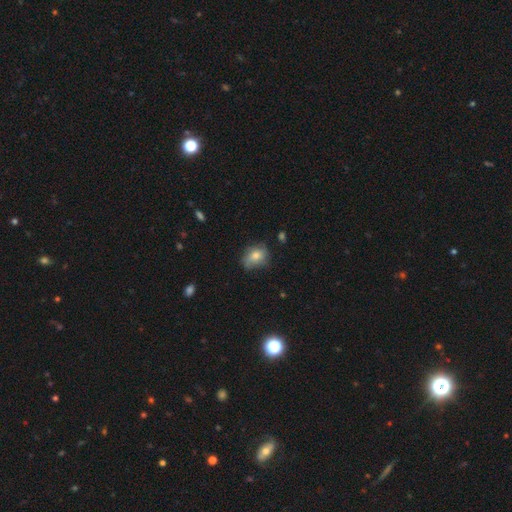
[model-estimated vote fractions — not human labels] Smooth or featured? smooth (70%)
How rounded? in between (59%)
Merging? none (59%)